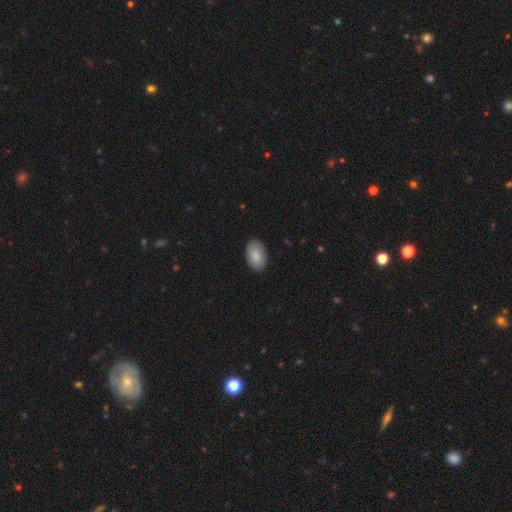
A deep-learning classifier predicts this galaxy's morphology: Smooth or featured: smooth — 86% (featured or disk — 9%)
How rounded: in between — 93% (round — 5%)
Merging: none — 87% (minor disturbance — 10%)